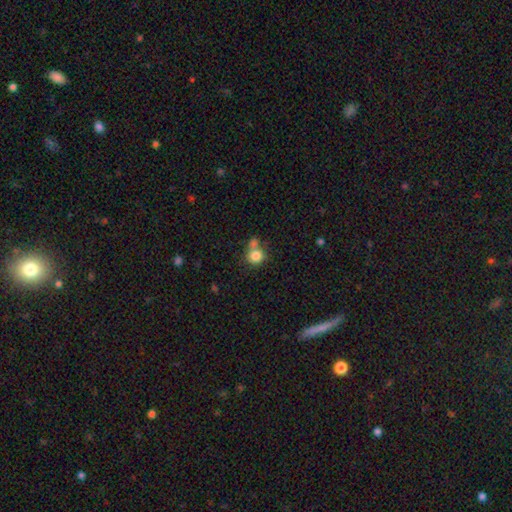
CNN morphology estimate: Overall: smooth (83%). How rounded: round (84%). Merging: none (49%; merger 35%).